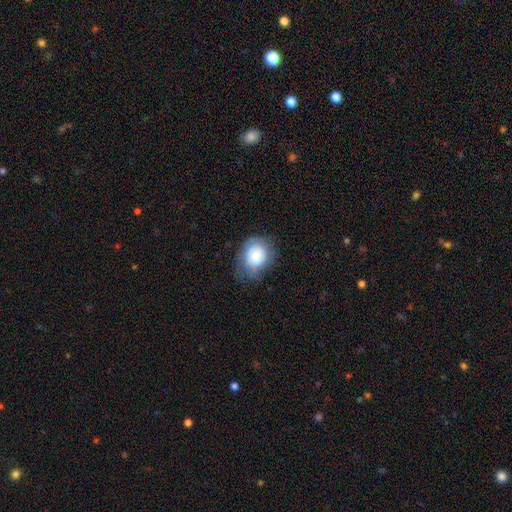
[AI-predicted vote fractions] Morphology: type=smooth (72%); roundness=round (58%); merging=none (61%).